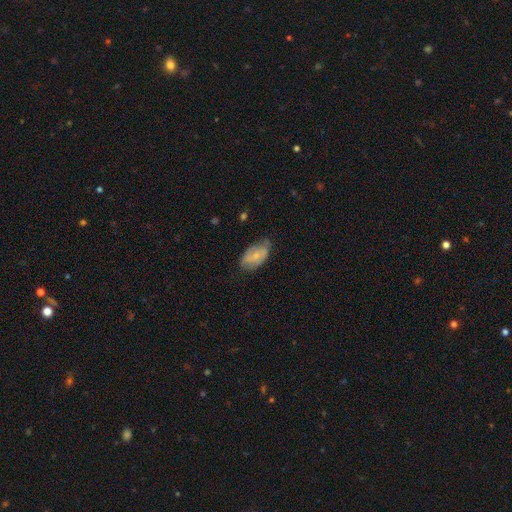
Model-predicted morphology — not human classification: Smooth or featured: smooth — 48% (featured or disk — 46%)
Merging: none — 59% (minor disturbance — 32%)